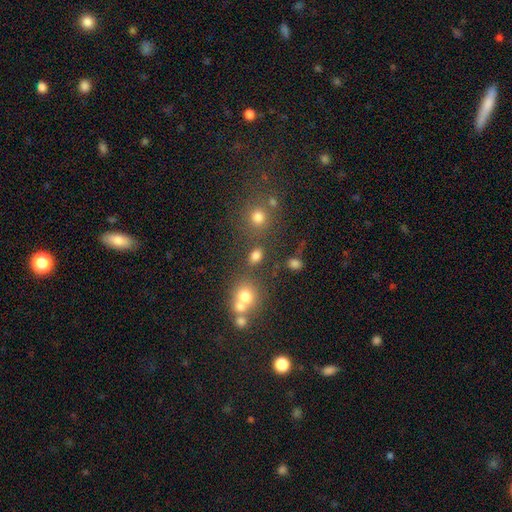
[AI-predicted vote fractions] A smooth galaxy with no disk features (77%) that is in between round and cigar-shaped (63%).

Vote fractions:
- Smooth or featured? smooth: 77% / star or artifact: 15% / featured or disk: 8%
- How rounded? in between: 63% / round: 34% / cigar-shaped: 3%
- Merging? none: 67% / merger: 16% / minor disturbance: 11% / major disturbance: 6%